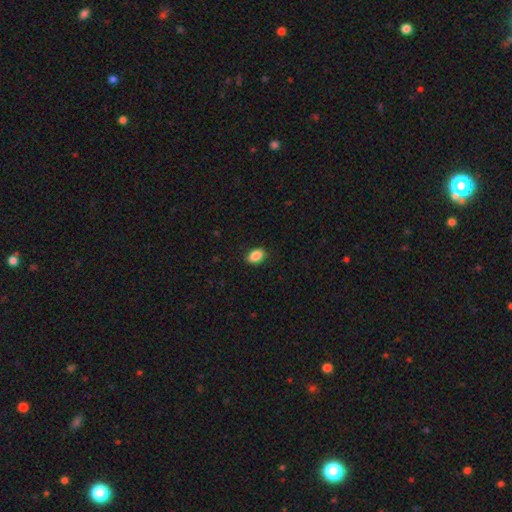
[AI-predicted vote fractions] Smooth or featured?
  - smooth: 89% *
  - star or artifact: 8%
  - featured or disk: 3%
How rounded?
  - in between: 86% *
  - round: 12%
  - cigar-shaped: 1%
Merging?
  - none: 89% *
  - minor disturbance: 8%
  - major disturbance: 2%
  - merger: 1%